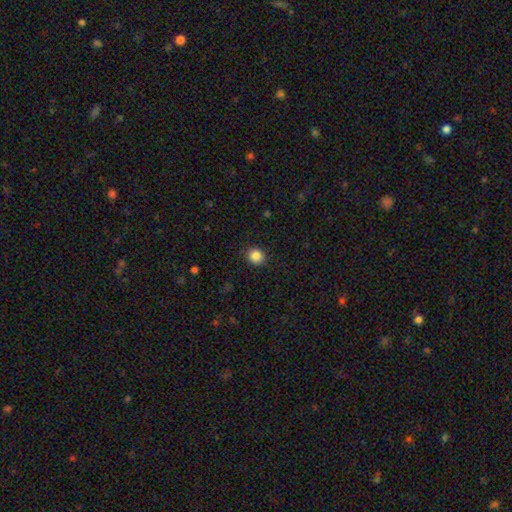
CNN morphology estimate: Smooth or featured? smooth (86%)
How rounded? round (83%)
Merging? none (90%)